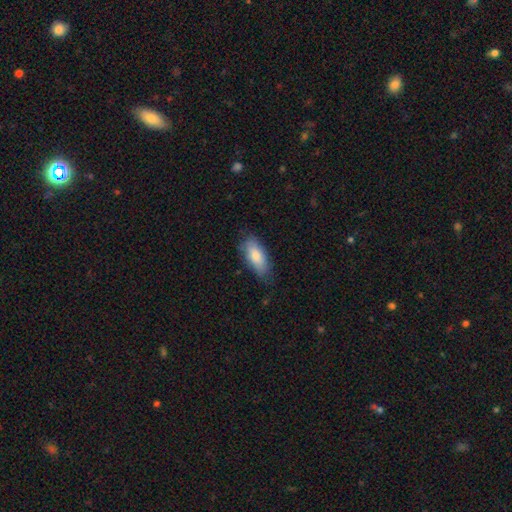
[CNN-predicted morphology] type=smooth (81%); roundness=in between (84%); merging=none (72%).